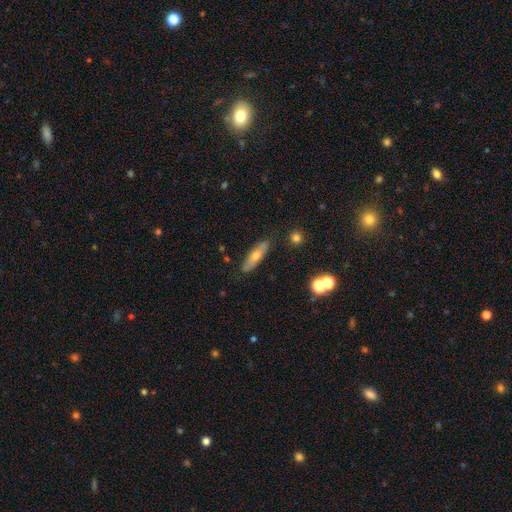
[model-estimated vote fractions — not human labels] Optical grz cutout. It shows a smooth galaxy with no disk features (53%) that is cigar-shaped (64%). Merging: none (83%).